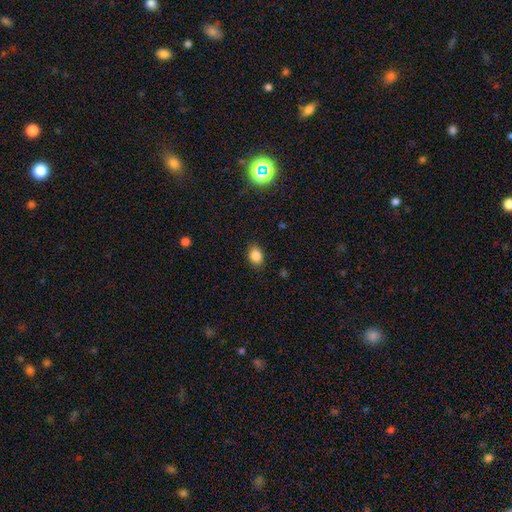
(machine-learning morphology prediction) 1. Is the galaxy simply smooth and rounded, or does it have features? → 84% smooth, 10% star or artifact, 5% featured or disk.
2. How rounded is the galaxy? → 65% in between, 34% round, 1% cigar-shaped.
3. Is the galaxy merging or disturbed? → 84% none, 12% minor disturbance, 3% major disturbance, 1% merger.